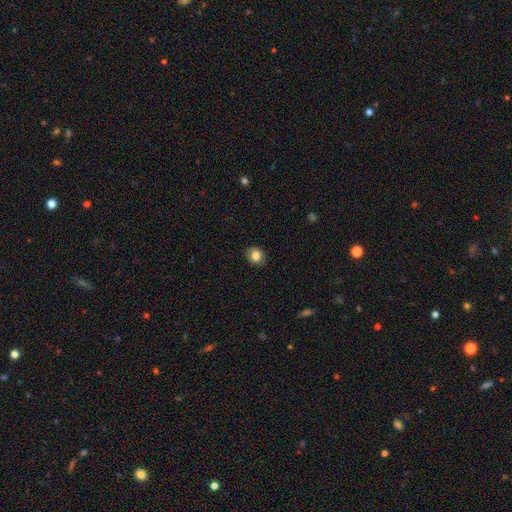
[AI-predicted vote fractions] smooth-or-featured: smooth: 82% | star or artifact: 9% | featured or disk: 9%
  how-rounded: round: 64% | in between: 35% | cigar-shaped: 1%
  merging: none: 88% | minor disturbance: 9% | major disturbance: 2% | merger: 1%